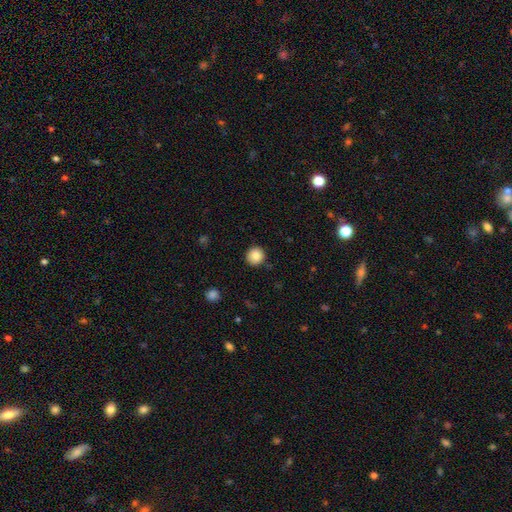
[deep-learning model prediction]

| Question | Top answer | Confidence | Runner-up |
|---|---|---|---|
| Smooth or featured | smooth | 84% | star or artifact (9%) |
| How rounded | round | 95% | in between (4%) |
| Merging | none | 91% | minor disturbance (6%) |